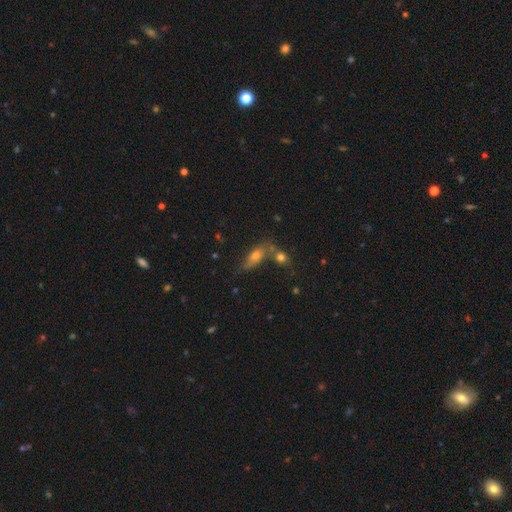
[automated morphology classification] smooth_or_featured: smooth (p=0.56) [alt: featured or disk p=0.29]
how_rounded: in between (p=0.63) [alt: cigar-shaped p=0.30]
merging: none (p=0.49) [alt: merger p=0.30]